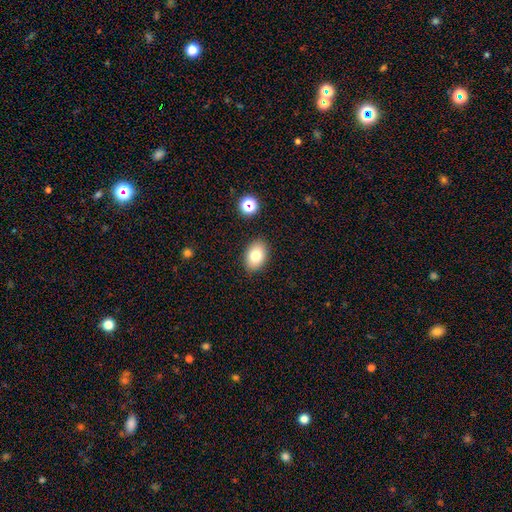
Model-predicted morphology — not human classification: The model was most divided on "how rounded": in between: 82%, round: 17%, cigar-shaped: 1%. More confident: merging — none (87%); smooth or featured — smooth (79%).